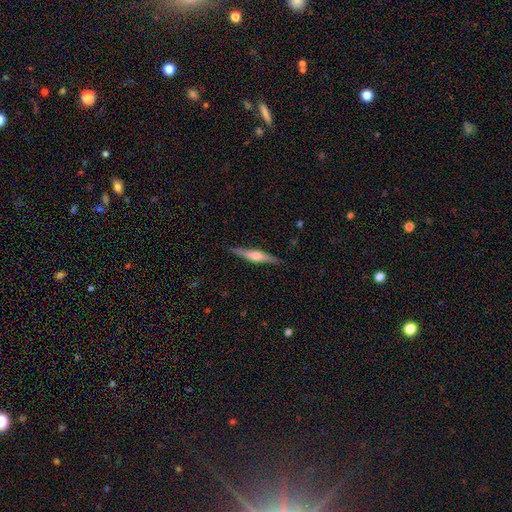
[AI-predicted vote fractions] Morphology: type=featured or disk (63%); edge-on=yes (96%); edge-on bulge=rounded (82%); merging=none (86%).